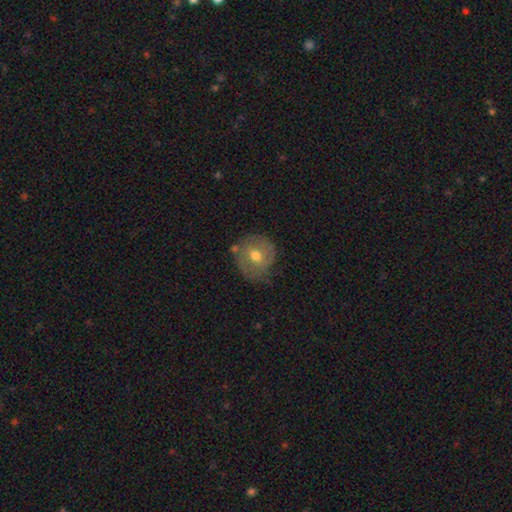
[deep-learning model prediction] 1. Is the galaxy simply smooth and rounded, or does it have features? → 47% smooth, 44% featured or disk, 9% star or artifact.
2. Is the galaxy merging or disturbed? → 69% none, 21% minor disturbance, 6% major disturbance, 4% merger.